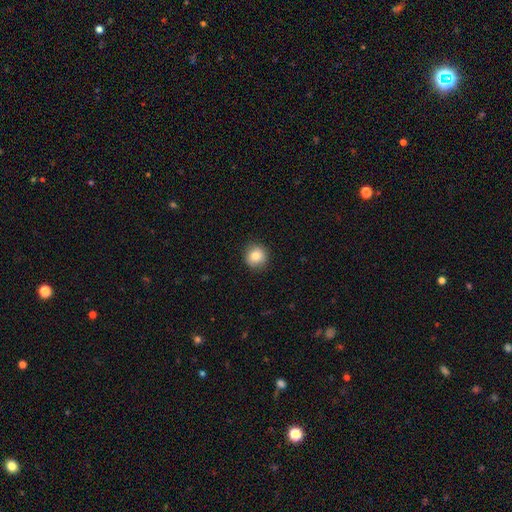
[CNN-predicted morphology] type=smooth (84%); roundness=round (91%); merging=none (88%).